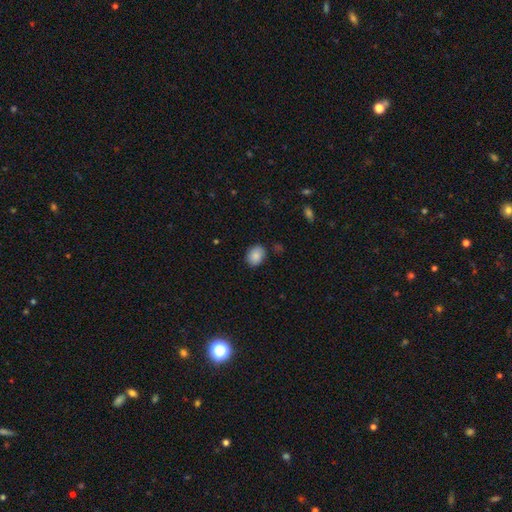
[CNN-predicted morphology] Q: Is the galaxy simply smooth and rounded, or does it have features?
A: smooth — 87%.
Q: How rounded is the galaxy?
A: in between — 60%.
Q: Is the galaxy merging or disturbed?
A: none — 84%.